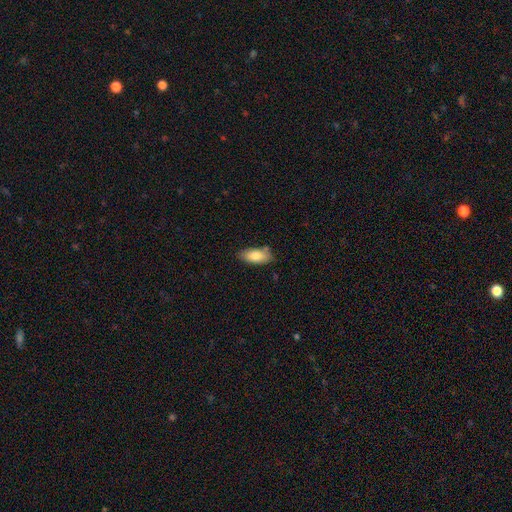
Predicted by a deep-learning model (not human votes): A smooth galaxy with no disk features (81%) that is in between round and cigar-shaped (87%).

Vote fractions:
- Smooth or featured? smooth: 81% / featured or disk: 12% / star or artifact: 6%
- How rounded? in between: 87% / cigar-shaped: 11% / round: 2%
- Merging? none: 76% / minor disturbance: 17% / merger: 4% / major disturbance: 3%